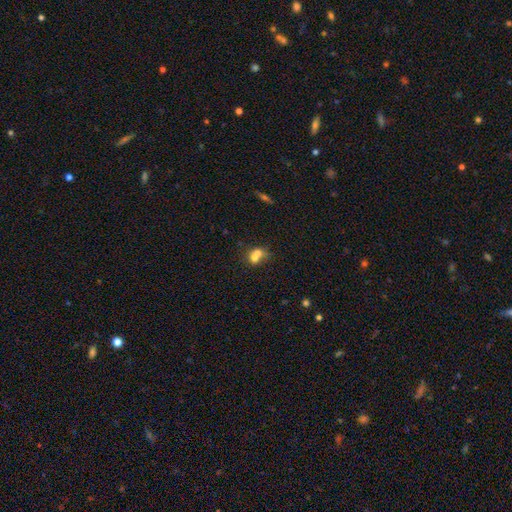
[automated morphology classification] The model was most divided on "how rounded": round: 62%, in between: 37%, cigar-shaped: 1%. More confident: merging — merger (68%); smooth or featured — smooth (66%).